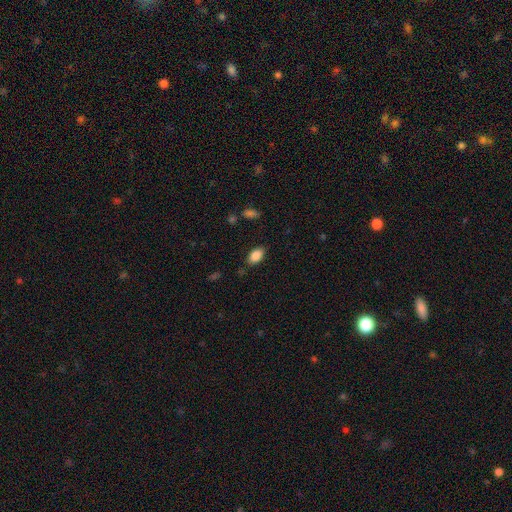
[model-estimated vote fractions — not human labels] The model was most divided on "merging": none: 84%, minor disturbance: 12%, major disturbance: 3%, merger: 2%. More confident: how rounded — in between (92%); smooth or featured — smooth (87%).